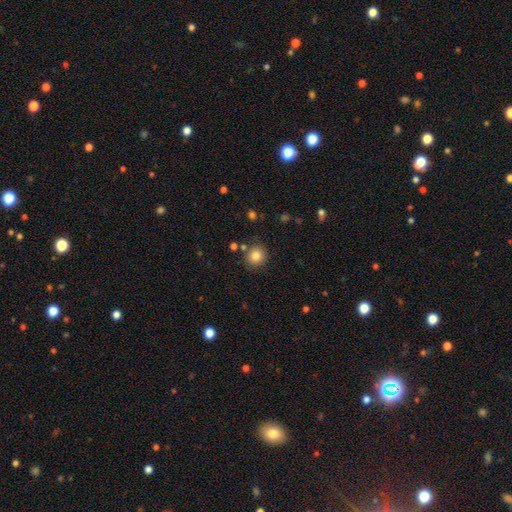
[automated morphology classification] A smooth galaxy with no disk features (82%) that is round (91%). Merging: none (84%).